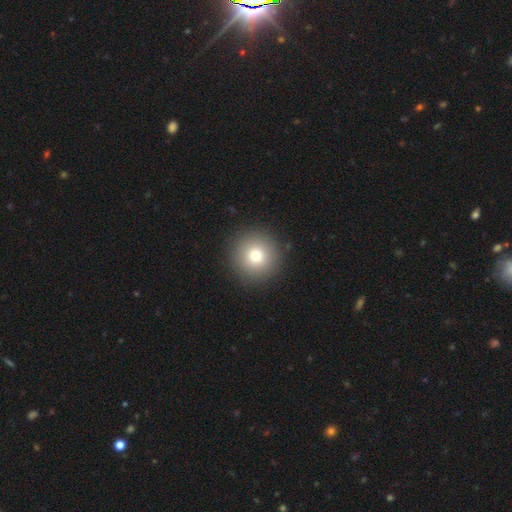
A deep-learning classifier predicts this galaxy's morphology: A smooth galaxy with no disk features (79%) that is round (96%). Merging: none (92%).